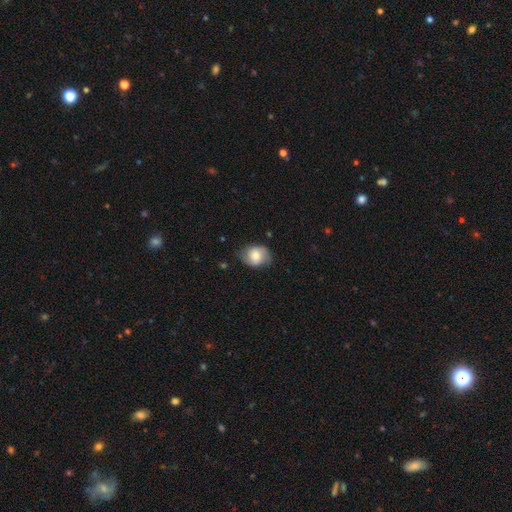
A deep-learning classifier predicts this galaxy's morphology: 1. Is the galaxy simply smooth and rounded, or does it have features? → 61% smooth, 31% featured or disk, 8% star or artifact.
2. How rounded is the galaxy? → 53% in between, 46% round, 1% cigar-shaped.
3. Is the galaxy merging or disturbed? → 65% none, 26% minor disturbance, 8% major disturbance, 1% merger.